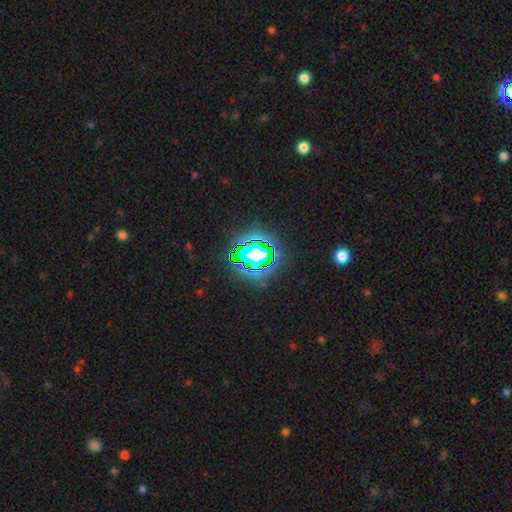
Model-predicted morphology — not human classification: A star or artifact, not a galaxy (74%).

Vote fractions:
- Smooth or featured? star or artifact: 74% / smooth: 14% / featured or disk: 12%